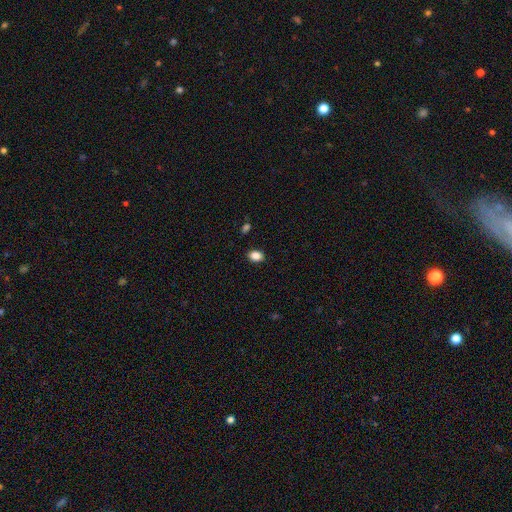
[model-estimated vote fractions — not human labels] Smooth or featured? Predicted: smooth (p=0.86). How rounded? Predicted: in between (p=0.75). Merging? Predicted: none (p=0.88).